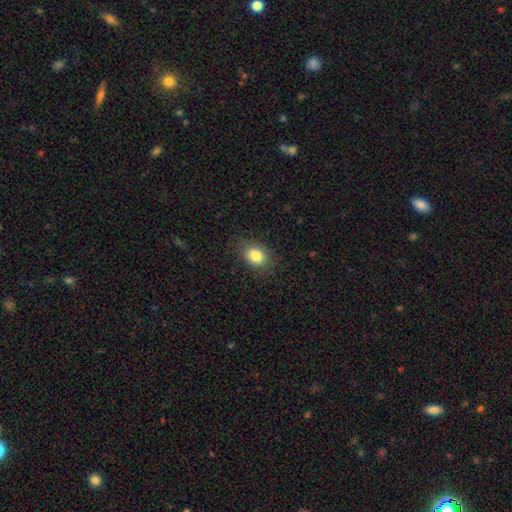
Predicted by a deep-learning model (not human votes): Smooth or featured: smooth — 84% (star or artifact — 9%)
How rounded: in between — 68% (round — 31%)
Merging: none — 84% (minor disturbance — 12%)